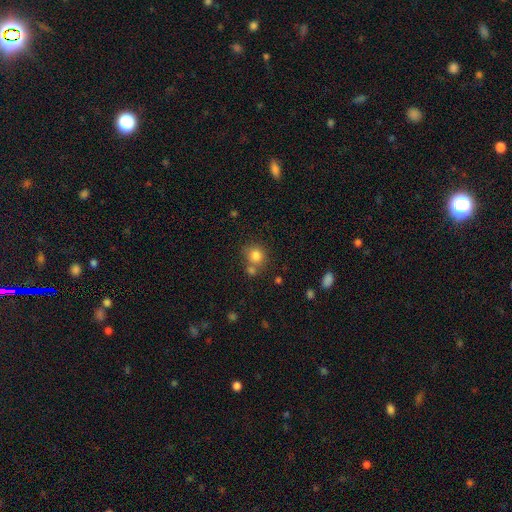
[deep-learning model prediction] Smooth or featured?
  - smooth: 81% *
  - star or artifact: 12%
  - featured or disk: 7%
How rounded?
  - round: 85% *
  - in between: 14%
  - cigar-shaped: 1%
Merging?
  - none: 59% *
  - merger: 26%
  - minor disturbance: 11%
  - major disturbance: 4%